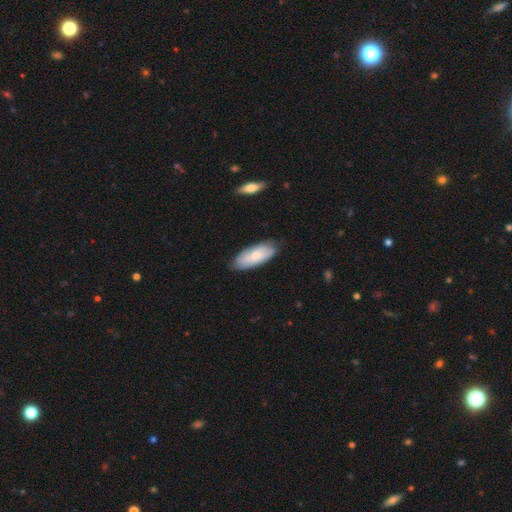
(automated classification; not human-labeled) A smooth galaxy with no disk features (72%) that is in between round and cigar-shaped (84%).

Vote fractions:
- Smooth or featured? smooth: 72% / featured or disk: 23% / star or artifact: 6%
- How rounded? in between: 84% / cigar-shaped: 14% / round: 2%
- Merging? none: 80% / minor disturbance: 16% / major disturbance: 3% / merger: 1%